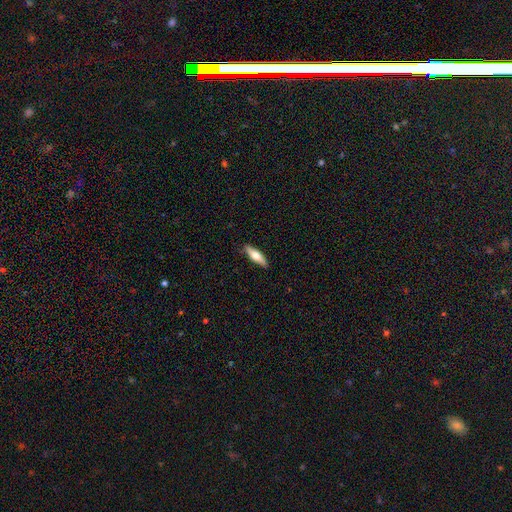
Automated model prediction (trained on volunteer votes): Smooth or featured? smooth (51%)
How rounded? cigar-shaped (62%)
Merging? none (89%)